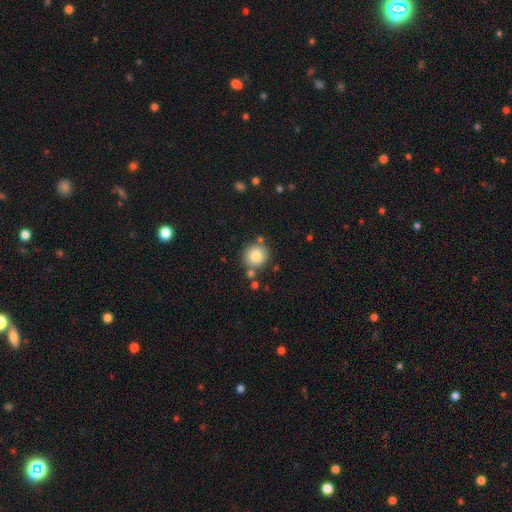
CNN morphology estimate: The model was most divided on "merging": none: 78%, minor disturbance: 10%, merger: 9%, major disturbance: 3%. More confident: how rounded — round (91%); smooth or featured — smooth (82%).